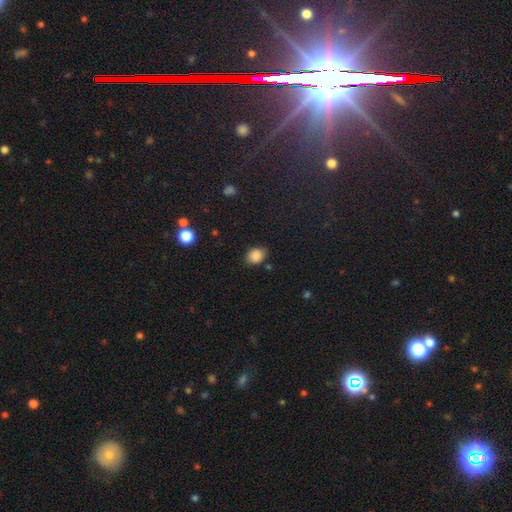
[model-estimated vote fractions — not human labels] smooth-or-featured: smooth: 86% | star or artifact: 10% | featured or disk: 4%
  how-rounded: in between: 58% | round: 41% | cigar-shaped: 1%
  merging: none: 78% | minor disturbance: 16% | major disturbance: 3% | merger: 2%